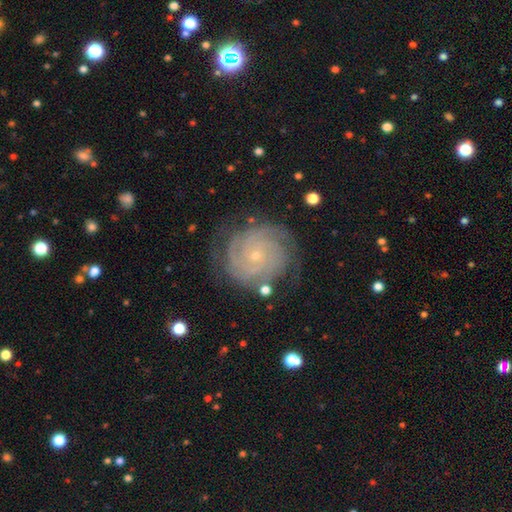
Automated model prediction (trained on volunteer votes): Smooth or featured? Predicted: featured or disk (p=0.87). Edge-on disk? Predicted: no (p=0.98). Bar? Predicted: no (p=0.79). Spiral arms? Predicted: yes (p=0.98). Spiral winding? Predicted: tight (p=0.83). Spiral arm count? Predicted: 3 (p=0.25). Bulge size? Predicted: small (p=0.85). Merging? Predicted: none (p=0.78).